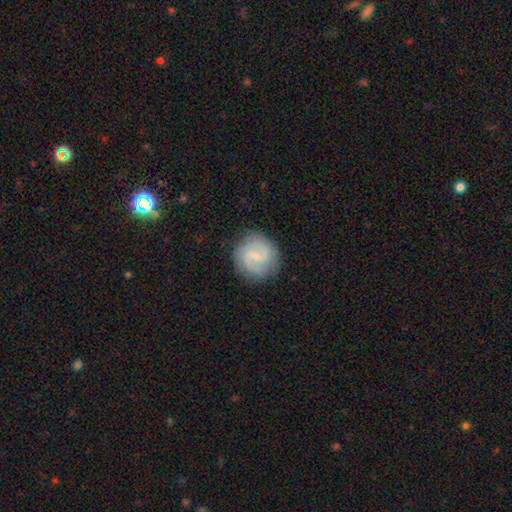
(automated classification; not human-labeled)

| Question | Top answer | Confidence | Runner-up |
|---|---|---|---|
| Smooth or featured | featured or disk | 72% | smooth (22%) |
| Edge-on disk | no | 98% | yes (2%) |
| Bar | weak | 57% | no (32%) |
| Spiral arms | yes | 94% | no (6%) |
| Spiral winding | medium | 50% | tight (29%) |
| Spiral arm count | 2 | 83% | can't tell (7%) |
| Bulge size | small | 75% | moderate (16%) |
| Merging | none | 85% | minor disturbance (11%) |